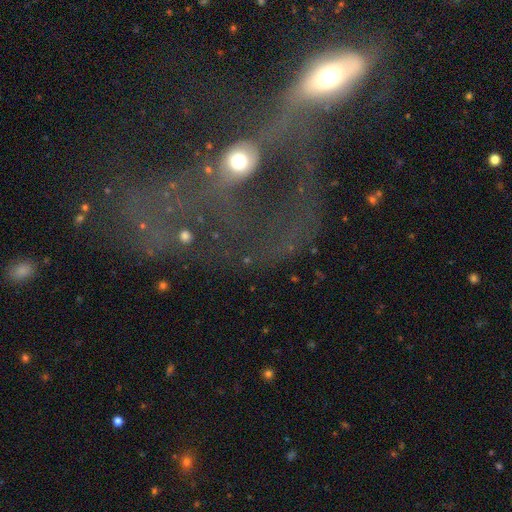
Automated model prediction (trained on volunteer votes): smooth_or_featured: featured or disk (p=0.53) [alt: smooth p=0.25]
disk_edge_on: no (p=0.83) [alt: yes p=0.17]
merging: merger (p=0.38) [alt: major disturbance p=0.32]